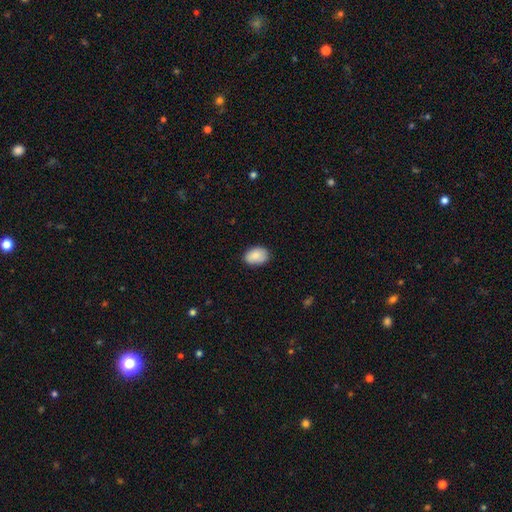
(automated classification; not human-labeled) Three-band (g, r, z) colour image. It shows a smooth galaxy with no disk features (87%) that is in between round and cigar-shaped (83%). Merging: none (83%).